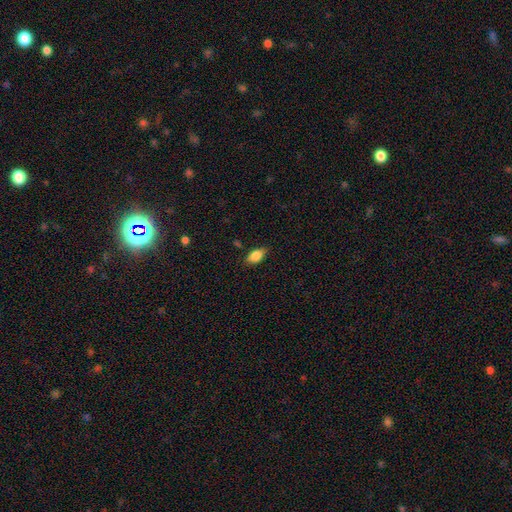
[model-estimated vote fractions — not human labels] smooth_or_featured: smooth (p=0.84) [alt: featured or disk p=0.08]
how_rounded: in between (p=0.89) [alt: round p=0.06]
merging: none (p=0.81) [alt: minor disturbance p=0.15]